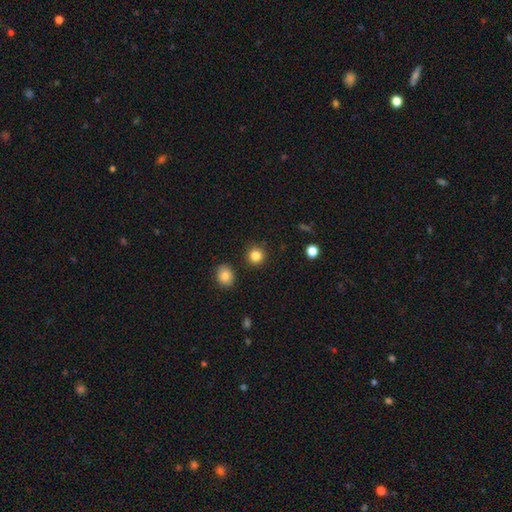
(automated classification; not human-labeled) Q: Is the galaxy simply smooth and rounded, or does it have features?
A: smooth — 85%.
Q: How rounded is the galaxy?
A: round — 92%.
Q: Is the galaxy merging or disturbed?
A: none — 90%.